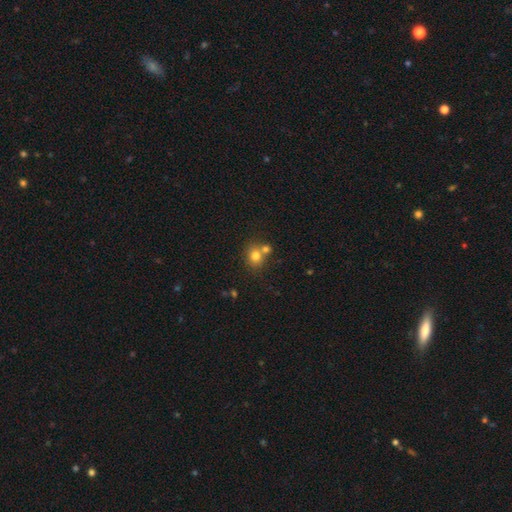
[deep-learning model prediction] smooth-or-featured: smooth: 76% | star or artifact: 13% | featured or disk: 11%
  how-rounded: round: 78% | in between: 22% | cigar-shaped: 1%
  merging: none: 52% | merger: 36% | minor disturbance: 9% | major disturbance: 3%